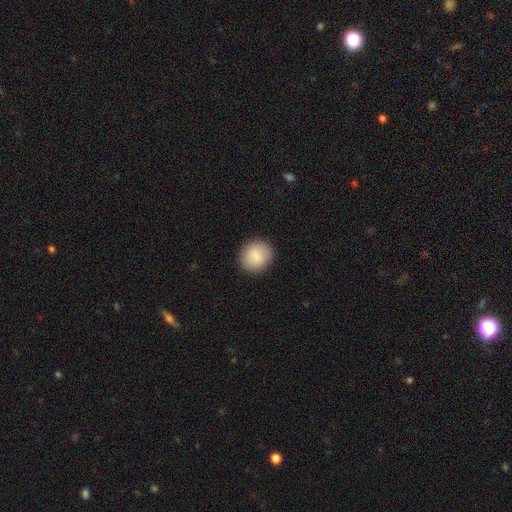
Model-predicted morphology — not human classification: smooth-or-featured: smooth: 88% | star or artifact: 7% | featured or disk: 6%
  how-rounded: round: 86% | in between: 13% | cigar-shaped: 1%
  merging: none: 90% | minor disturbance: 7% | major disturbance: 2% | merger: 1%